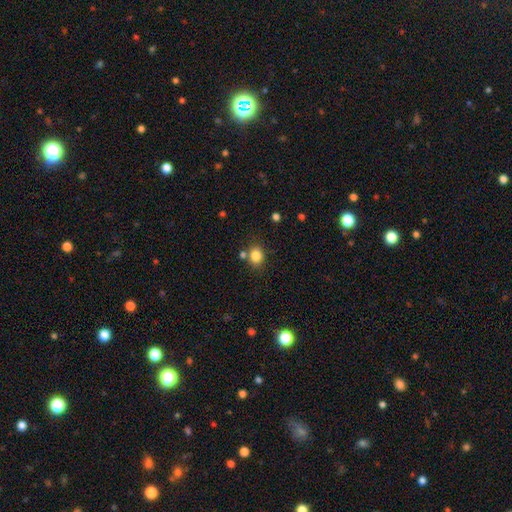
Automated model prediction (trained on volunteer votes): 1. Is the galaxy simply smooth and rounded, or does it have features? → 83% smooth, 11% star or artifact, 6% featured or disk.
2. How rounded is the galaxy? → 61% round, 38% in between, 1% cigar-shaped.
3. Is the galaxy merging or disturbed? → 73% none, 12% minor disturbance, 12% merger, 4% major disturbance.